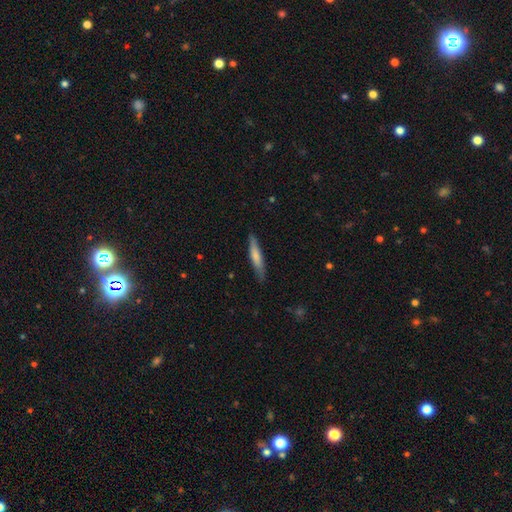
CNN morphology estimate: A smooth galaxy with no disk features (68%) that is cigar-shaped (89%). Merging: none (84%).